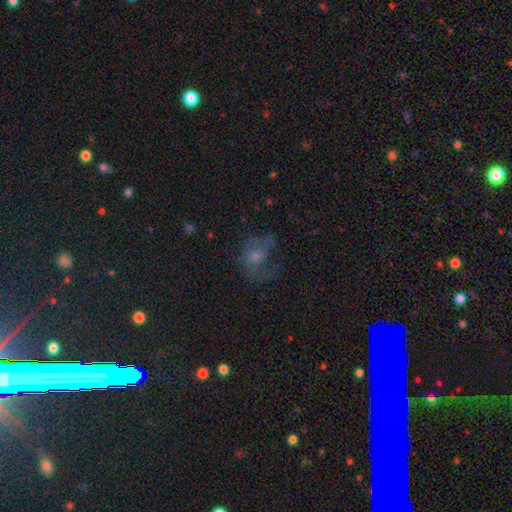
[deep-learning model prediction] Q: Smooth or featured?
A: featured or disk (46%); runner-up: smooth (36%)
Q: Merging?
A: major disturbance (42%); runner-up: none (36%)